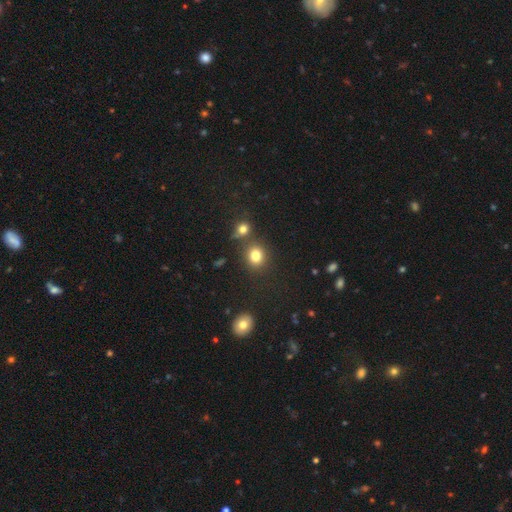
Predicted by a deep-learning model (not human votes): Smooth or featured?
  - smooth: 80% *
  - star or artifact: 14%
  - featured or disk: 6%
How rounded?
  - round: 79% *
  - in between: 20%
  - cigar-shaped: 1%
Merging?
  - none: 76% *
  - merger: 12%
  - minor disturbance: 9%
  - major disturbance: 3%